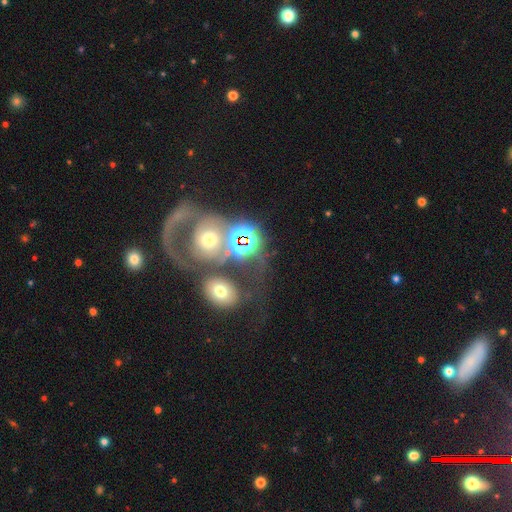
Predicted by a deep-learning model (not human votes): featured or disk 71%, smooth 17%, star or artifact 12%. Down the decision tree: edge-on disk — no (96%); bar — no (72%); spiral arms — yes (64%); bulge size — moderate (54%); merging — merger (63%).